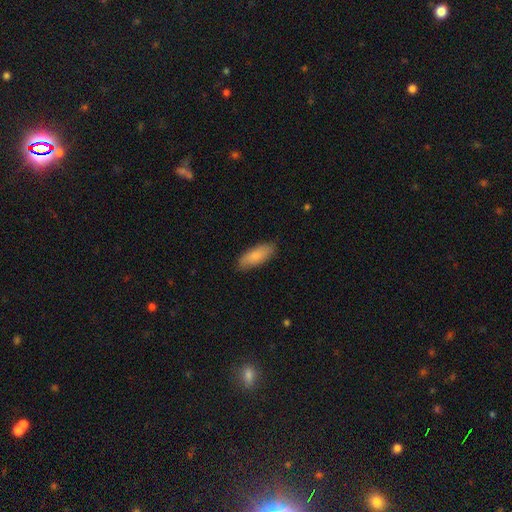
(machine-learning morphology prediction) Smooth or featured: smooth — 82% (featured or disk — 12%)
How rounded: in between — 76% (cigar-shaped — 22%)
Merging: none — 85% (minor disturbance — 12%)